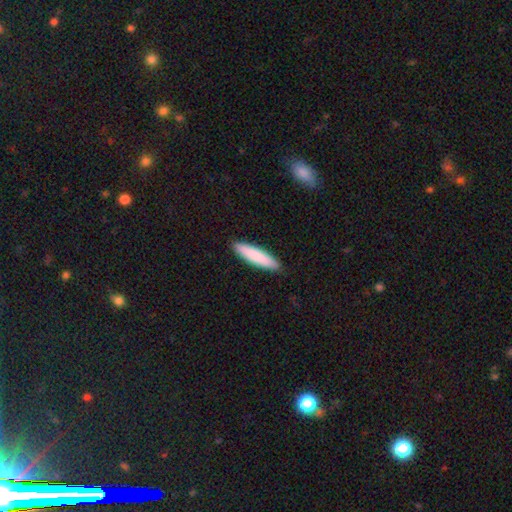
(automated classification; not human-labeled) smooth_or_featured: smooth (p=0.85) [alt: featured or disk p=0.10]
how_rounded: cigar-shaped (p=0.79) [alt: in between p=0.20]
merging: none (p=0.91) [alt: minor disturbance p=0.07]